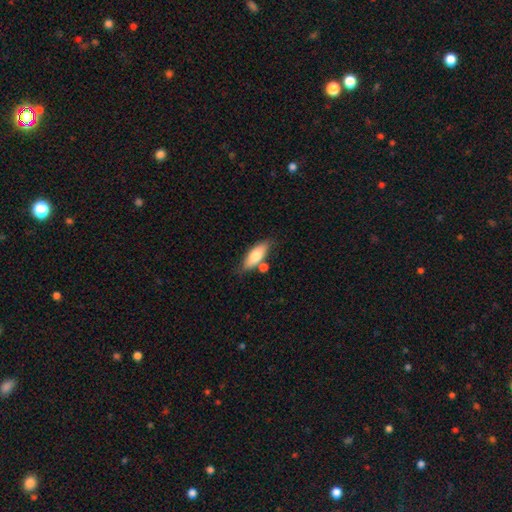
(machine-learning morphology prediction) type=smooth (73%); roundness=in between (76%); merging=none (67%).